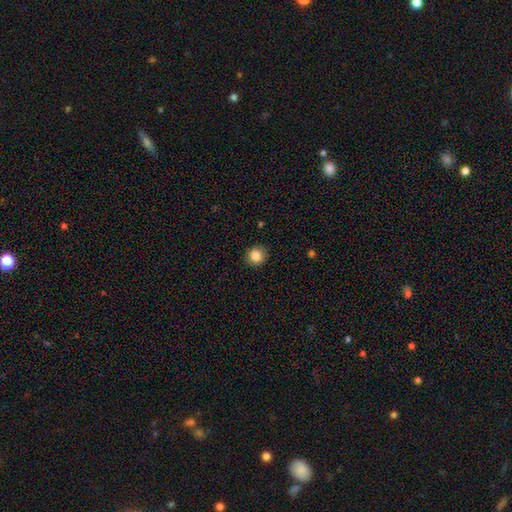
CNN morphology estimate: smooth 85%, star or artifact 10%, featured or disk 5%. Down the decision tree: how rounded — round (90%); merging — none (90%).